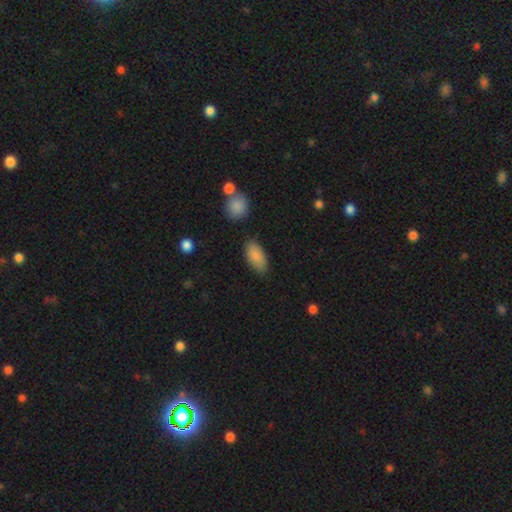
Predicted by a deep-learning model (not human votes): Smooth or featured? smooth (86%)
How rounded? in between (91%)
Merging? none (79%)